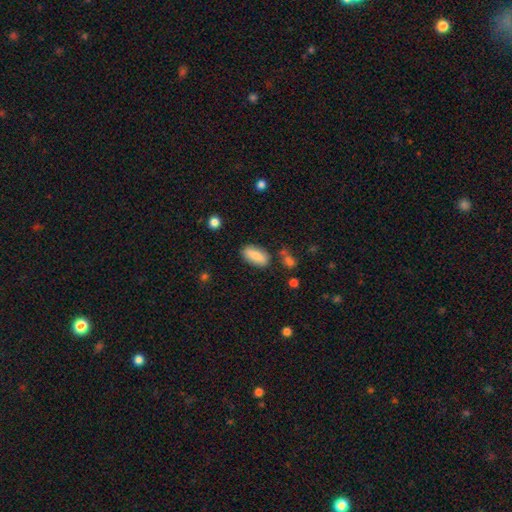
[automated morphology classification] Overall: smooth (85%). How rounded: in between (85%). Merging: none (80%).